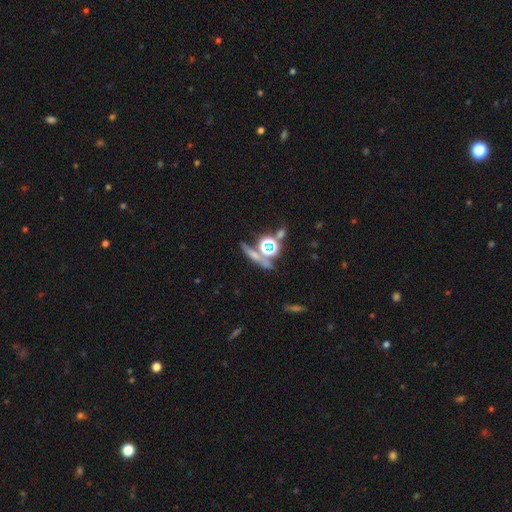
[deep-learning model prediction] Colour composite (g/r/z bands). It shows a smooth galaxy with no disk features (39%). Merging: none (63%).